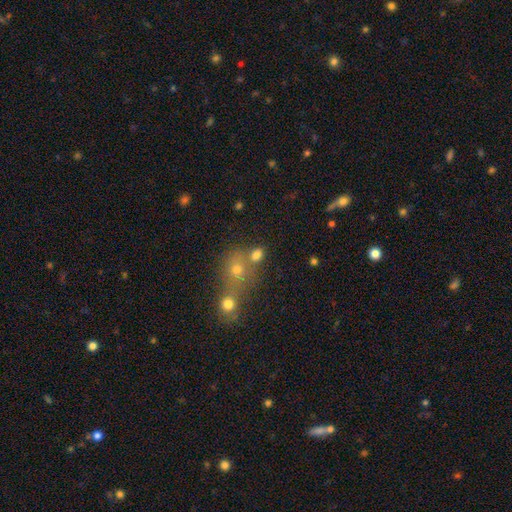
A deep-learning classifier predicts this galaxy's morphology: A smooth galaxy with no disk features (65%) that is round (62%).

Vote fractions:
- Smooth or featured? smooth: 65% / star or artifact: 22% / featured or disk: 13%
- How rounded? round: 62% / in between: 36% / cigar-shaped: 2%
- Merging? merger: 44% / none: 43% / minor disturbance: 8% / major disturbance: 5%